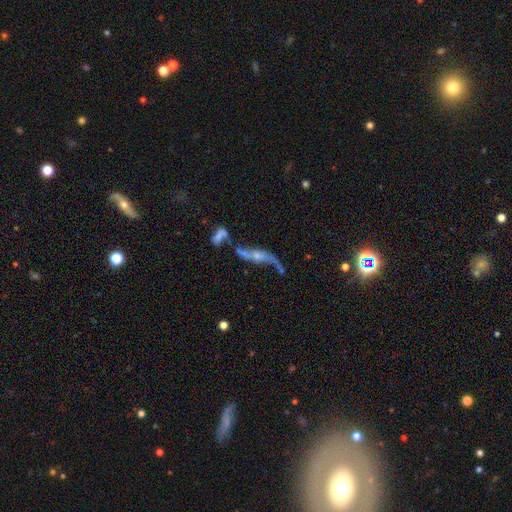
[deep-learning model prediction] This appears to be a featured or disk galaxy (76%) with no bar (65%), spiral arms (83%) and a small central bulge (49%). Merging: none (36%).